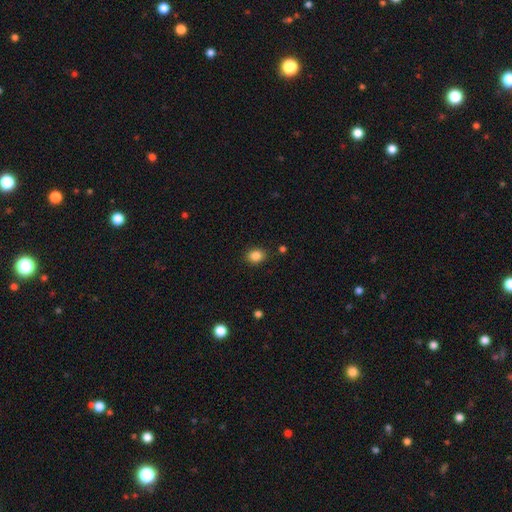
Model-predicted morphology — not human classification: Smooth or featured? smooth (85%)
How rounded? round (55%)
Merging? none (87%)